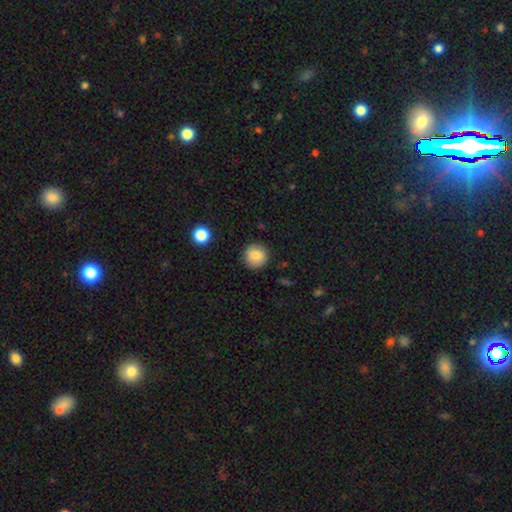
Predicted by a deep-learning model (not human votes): A smooth galaxy with no disk features (84%) that is round (94%). Merging: none (90%).